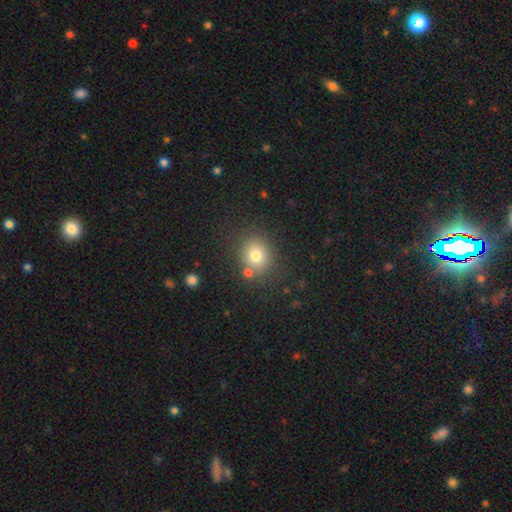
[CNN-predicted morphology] Smooth or featured? smooth (76%)
How rounded? round (72%)
Merging? none (76%)